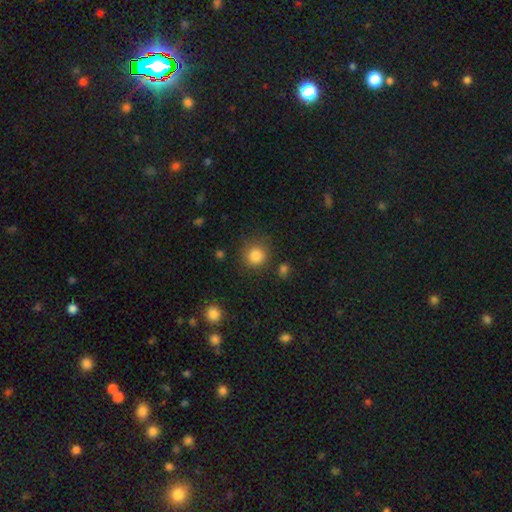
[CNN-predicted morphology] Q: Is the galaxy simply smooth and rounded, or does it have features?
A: smooth — 84%.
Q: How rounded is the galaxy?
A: round — 91%.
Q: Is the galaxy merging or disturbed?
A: none — 82%.